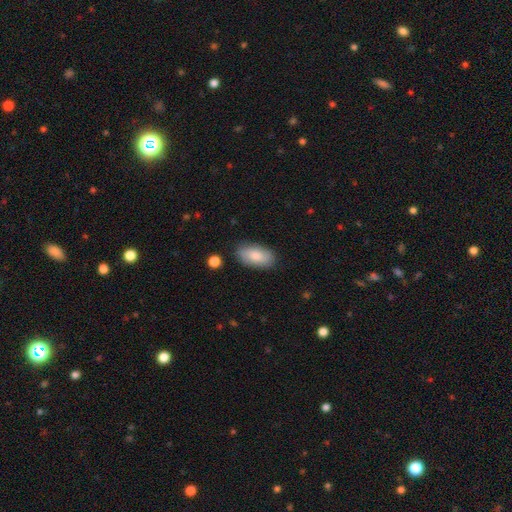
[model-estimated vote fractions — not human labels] Smooth or featured?
  - smooth: 74% *
  - featured or disk: 20%
  - star or artifact: 6%
How rounded?
  - in between: 94% *
  - round: 3%
  - cigar-shaped: 3%
Merging?
  - none: 82% *
  - minor disturbance: 13%
  - major disturbance: 3%
  - merger: 2%